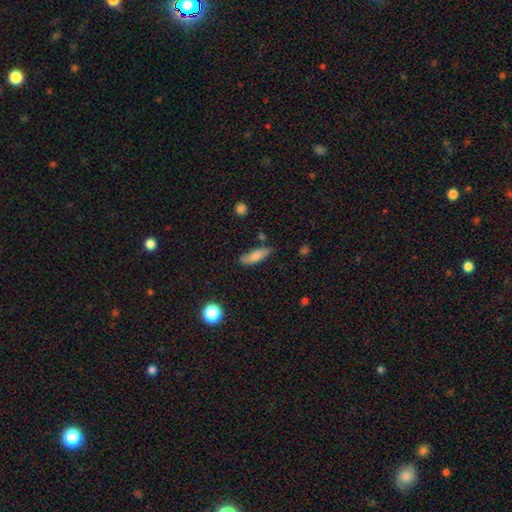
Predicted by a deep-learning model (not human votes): A smooth galaxy with no disk features (78%) that is in between round and cigar-shaped (58%). Merging: none (72%).